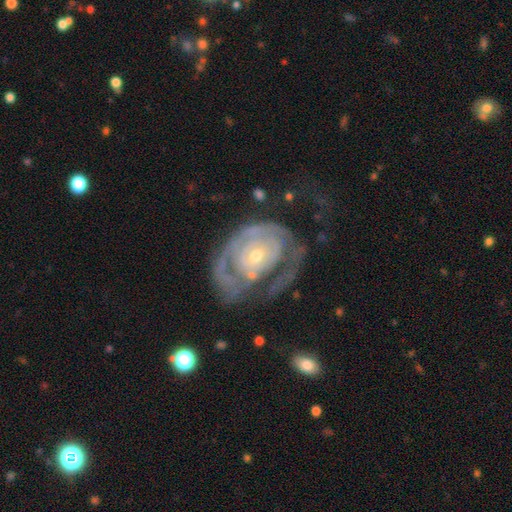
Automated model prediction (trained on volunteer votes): Smooth or featured?
  - featured or disk: 83% *
  - smooth: 12%
  - star or artifact: 5%
Edge-on disk?
  - no: 96% *
  - yes: 4%
Bar?
  - no: 76% *
  - weak: 18%
  - strong: 5%
Spiral arms?
  - yes: 78% *
  - no: 22%
Spiral winding?
  - tight: 67% *
  - medium: 23%
  - loose: 11%
Spiral arm count?
  - can't tell: 41% *
  - 2: 24%
  - 1: 20%
  - 3: 8%
  - 4: 4%
  - more than 4: 3%
Bulge size?
  - small: 59% *
  - moderate: 37%
  - large: 2%
  - none: 1%
  - dominant: 1%
Merging?
  - major disturbance: 39% *
  - none: 36%
  - minor disturbance: 21%
  - merger: 5%